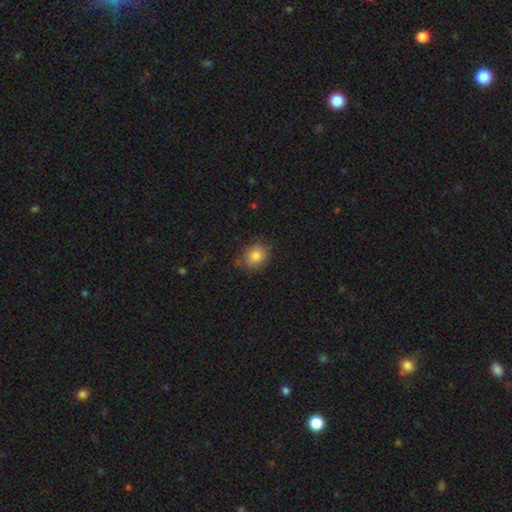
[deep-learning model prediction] smooth 83%, star or artifact 10%, featured or disk 7%. Down the decision tree: how rounded — round (63%); merging — none (79%).